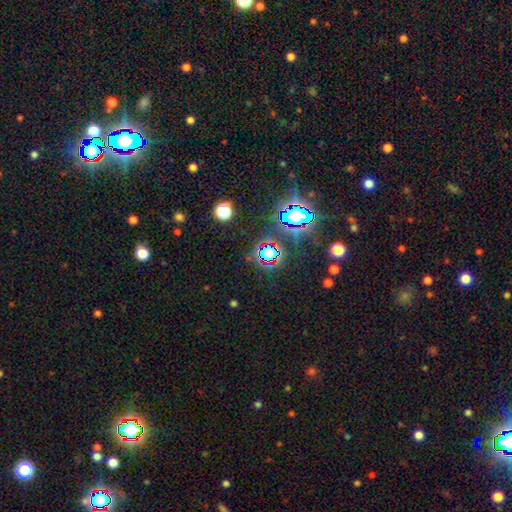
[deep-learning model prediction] This appears to be a star or artifact, not a galaxy (78%).